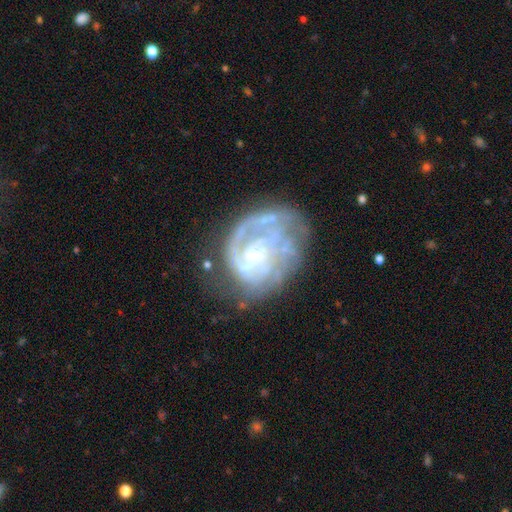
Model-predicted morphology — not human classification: smooth_or_featured: featured or disk (p=0.80) [alt: smooth p=0.13]
disk_edge_on: no (p=0.98) [alt: yes p=0.02]
bar: no (p=0.70) [alt: weak p=0.24]
has_spiral_arms: yes (p=0.77) [alt: no p=0.23]
spiral_winding: tight (p=0.60) [alt: medium p=0.27]
spiral_arm_count: can't tell (p=0.35) [alt: 1 p=0.33]
bulge_size: moderate (p=0.31) [alt: small p=0.30]
merging: none (p=0.50) [alt: major disturbance p=0.23]